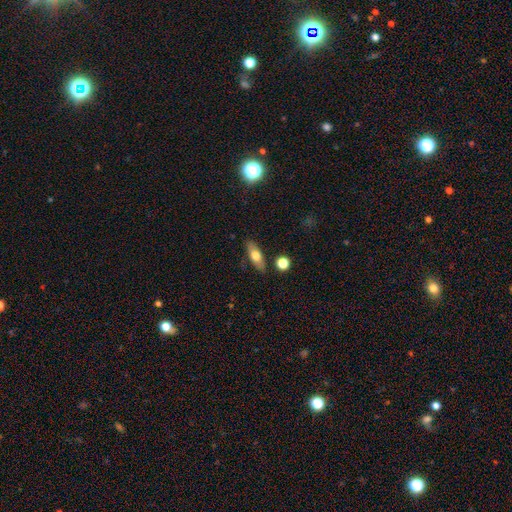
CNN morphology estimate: smooth-or-featured: smooth: 60% | featured or disk: 33% | star or artifact: 7%
  how-rounded: in between: 65% | cigar-shaped: 30% | round: 5%
  merging: none: 83% | minor disturbance: 11% | merger: 3% | major disturbance: 3%